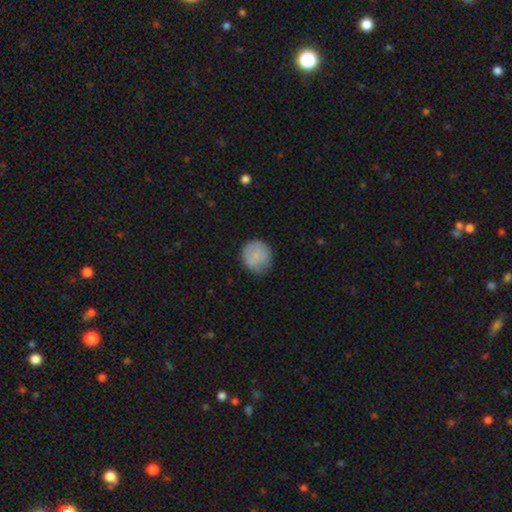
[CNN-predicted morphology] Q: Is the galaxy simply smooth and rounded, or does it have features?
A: smooth — 81%.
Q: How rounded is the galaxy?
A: round — 90%.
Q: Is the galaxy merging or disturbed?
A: none — 81%.